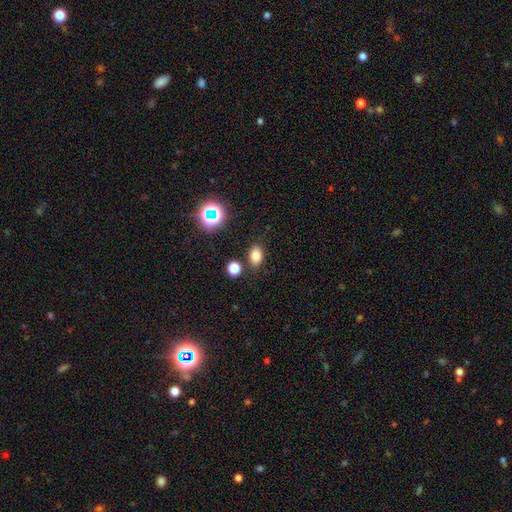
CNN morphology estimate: Overall: smooth (77%). How rounded: in between (78%). Merging: none (80%).